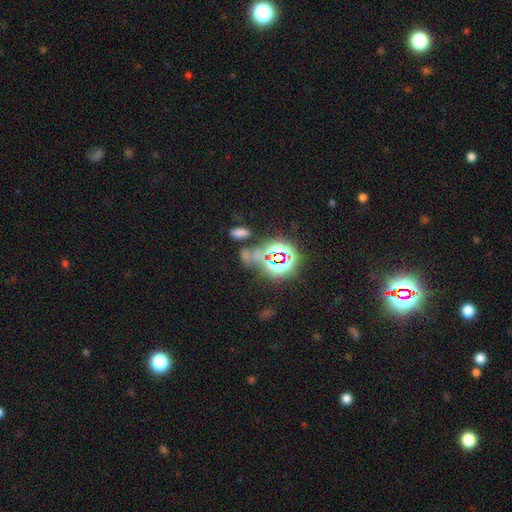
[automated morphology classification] This appears to be a star or artifact, not a galaxy (58%).